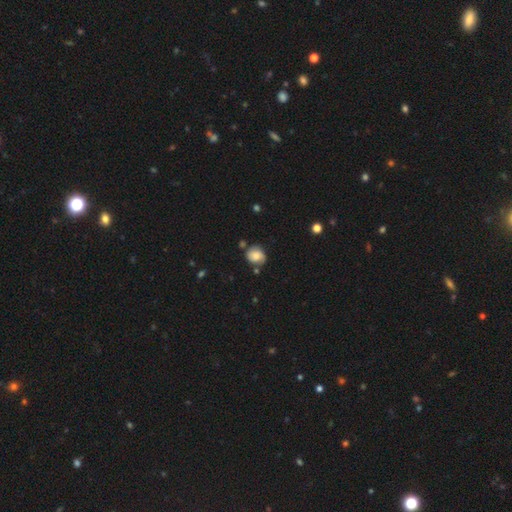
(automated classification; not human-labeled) The model was most divided on "smooth or featured": smooth: 56%, featured or disk: 35%, star or artifact: 9%. More confident: how rounded — round (71%); merging — none (67%).